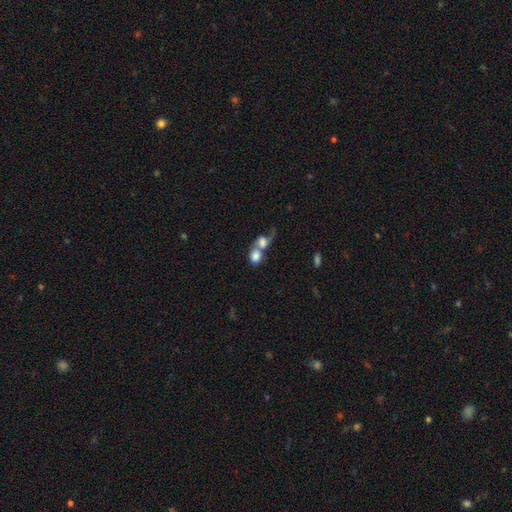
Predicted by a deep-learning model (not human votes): smooth-or-featured: smooth: 73% | featured or disk: 18% | star or artifact: 9%
  how-rounded: round: 55% | in between: 43% | cigar-shaped: 2%
  merging: merger: 76% | none: 14% | major disturbance: 6% | minor disturbance: 5%